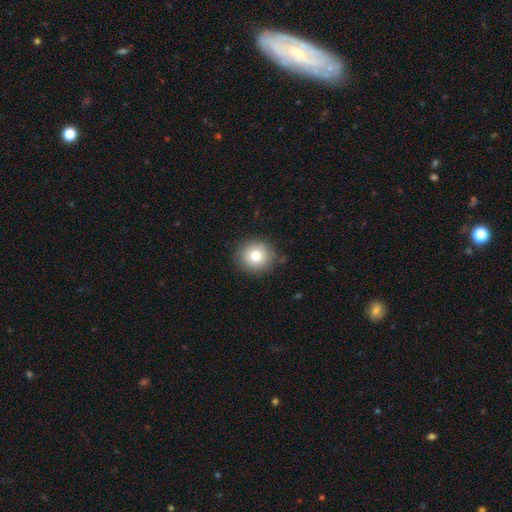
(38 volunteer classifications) Smooth or featured: smooth — 79% (featured or disk — 13%)
How rounded: round — 93% (in between — 7%)
Merging: none — 91% (minor disturbance — 3%)